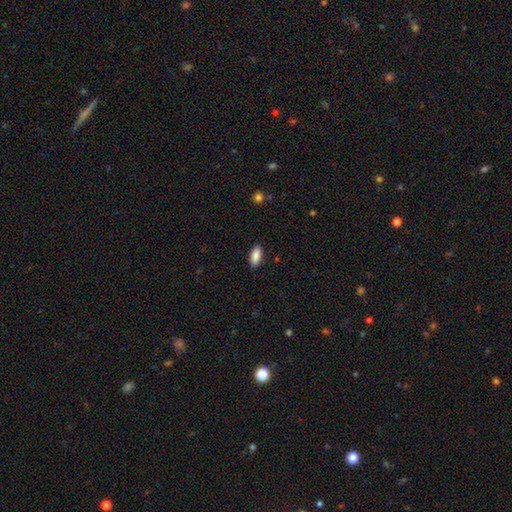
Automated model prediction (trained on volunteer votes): A smooth galaxy with no disk features (89%) that is in between round and cigar-shaped (85%). Merging: none (89%).